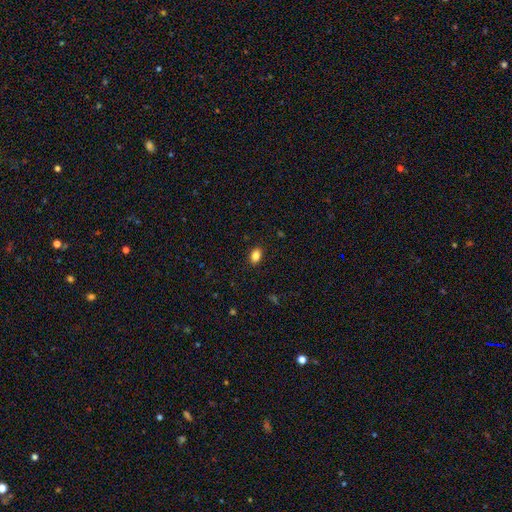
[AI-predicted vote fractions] Q: Smooth or featured?
A: smooth (85%); runner-up: star or artifact (10%)
Q: How rounded?
A: in between (82%); runner-up: round (17%)
Q: Merging?
A: none (89%); runner-up: minor disturbance (8%)